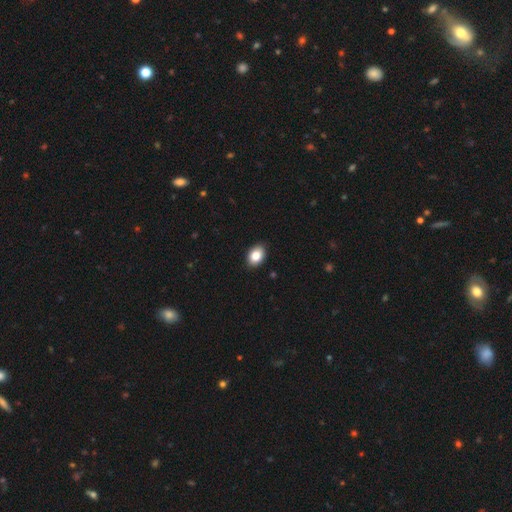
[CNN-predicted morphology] smooth 85%, star or artifact 8%, featured or disk 7%. Down the decision tree: how rounded — in between (77%); merging — none (90%).